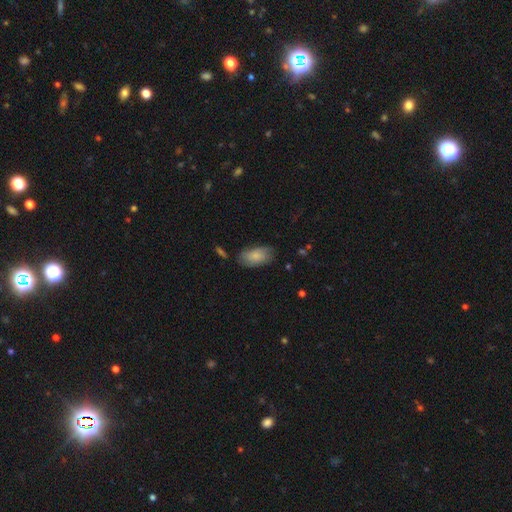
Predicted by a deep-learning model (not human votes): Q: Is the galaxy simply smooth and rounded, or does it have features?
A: smooth — 77%.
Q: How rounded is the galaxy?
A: in between — 93%.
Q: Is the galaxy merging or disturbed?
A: none — 72%.